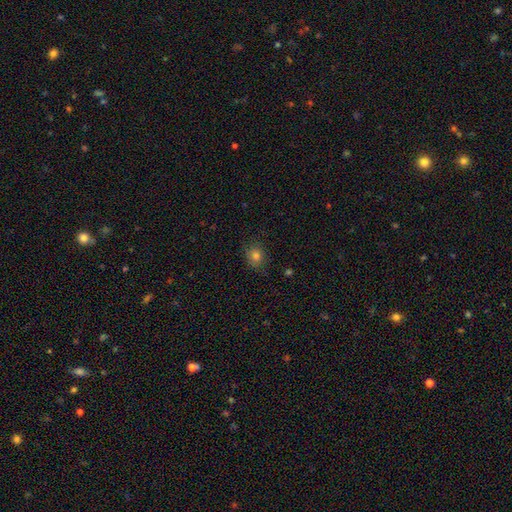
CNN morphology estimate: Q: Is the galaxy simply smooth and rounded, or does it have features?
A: smooth — 78%.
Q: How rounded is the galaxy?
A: round — 69%.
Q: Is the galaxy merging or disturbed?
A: none — 81%.